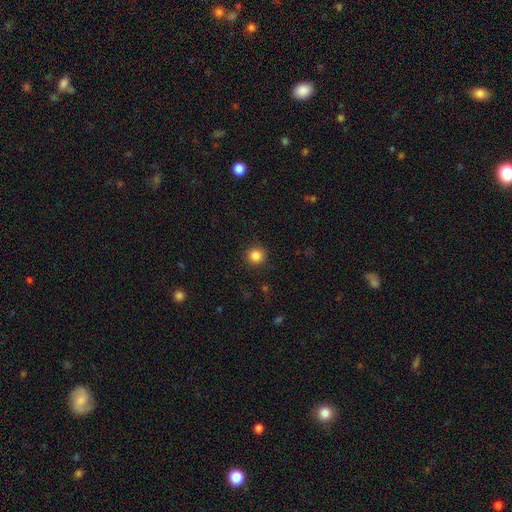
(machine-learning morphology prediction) Overall: smooth (85%). How rounded: round (94%). Merging: none (92%).